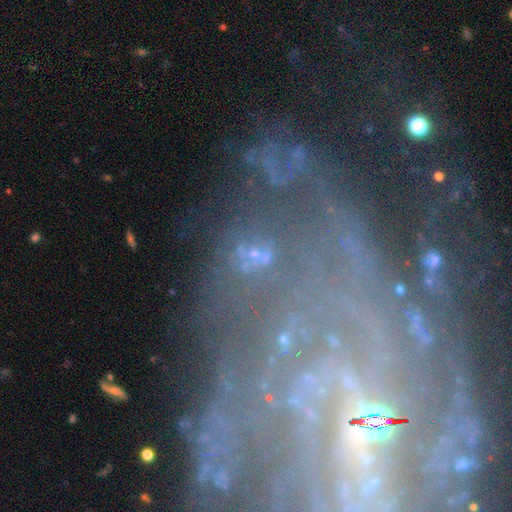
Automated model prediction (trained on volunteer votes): Morphology: type=star or artifact (43%).